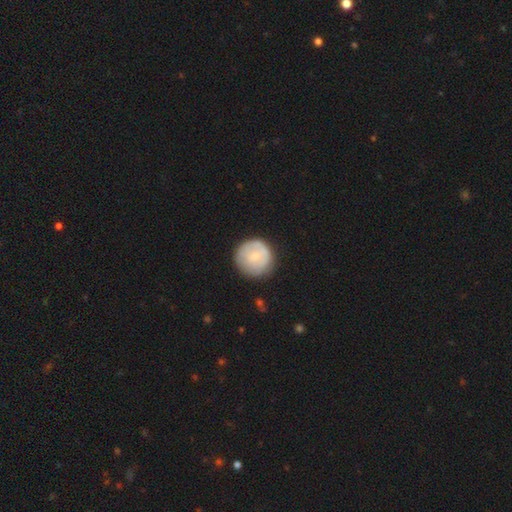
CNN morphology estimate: smooth-or-featured: smooth: 73% | featured or disk: 21% | star or artifact: 6%
  how-rounded: round: 95% | in between: 4% | cigar-shaped: 1%
  merging: none: 79% | minor disturbance: 15% | major disturbance: 5% | merger: 2%